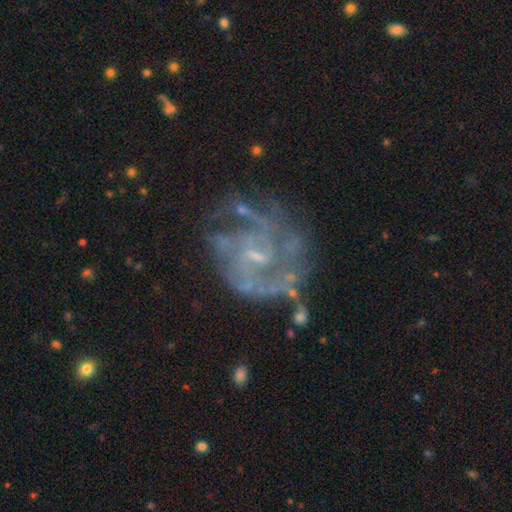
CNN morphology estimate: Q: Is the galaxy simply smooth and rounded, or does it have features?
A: featured or disk — 85%.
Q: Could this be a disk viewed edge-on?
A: no — 98%.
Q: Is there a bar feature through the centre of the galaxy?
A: weak — 48%.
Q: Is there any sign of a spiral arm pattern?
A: yes — 88%.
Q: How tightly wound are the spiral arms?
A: medium — 45%.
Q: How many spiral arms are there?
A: can't tell — 30%.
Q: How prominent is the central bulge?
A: small — 65%.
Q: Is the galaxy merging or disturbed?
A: none — 59%.